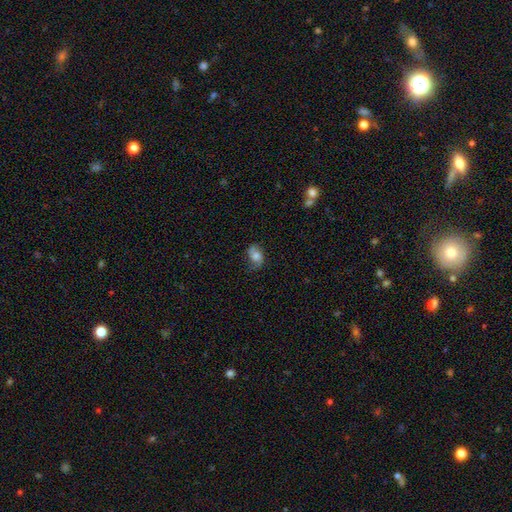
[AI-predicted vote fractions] Q: Smooth or featured?
A: smooth (46%); runner-up: featured or disk (45%)
Q: Merging?
A: none (62%); runner-up: minor disturbance (25%)